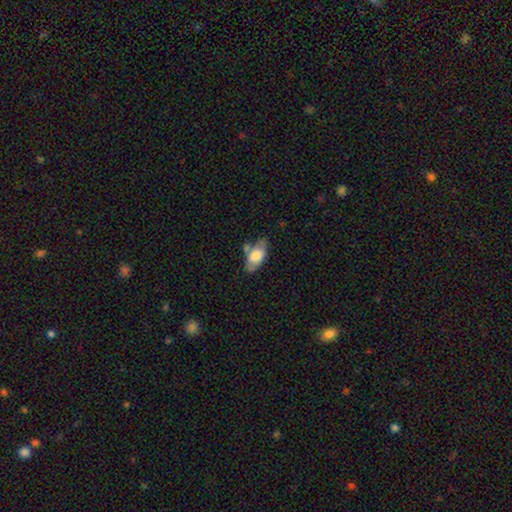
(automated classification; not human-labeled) smooth-or-featured: smooth: 66% | featured or disk: 28% | star or artifact: 6%
  how-rounded: in between: 91% | cigar-shaped: 6% | round: 4%
  merging: none: 57% | minor disturbance: 23% | merger: 12% | major disturbance: 7%